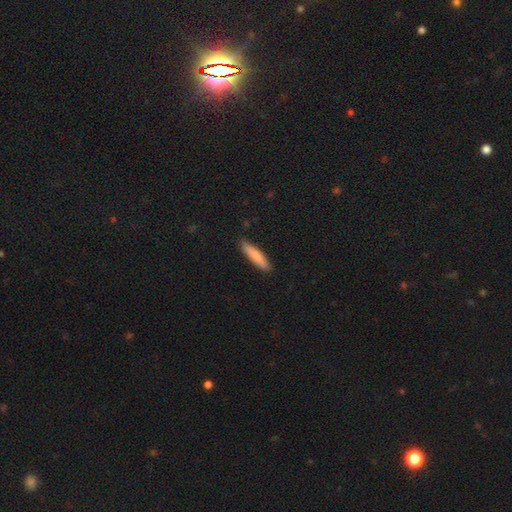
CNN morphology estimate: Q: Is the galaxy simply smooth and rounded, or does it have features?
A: smooth — 82%.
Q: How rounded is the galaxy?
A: cigar-shaped — 84%.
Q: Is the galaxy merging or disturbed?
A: none — 88%.